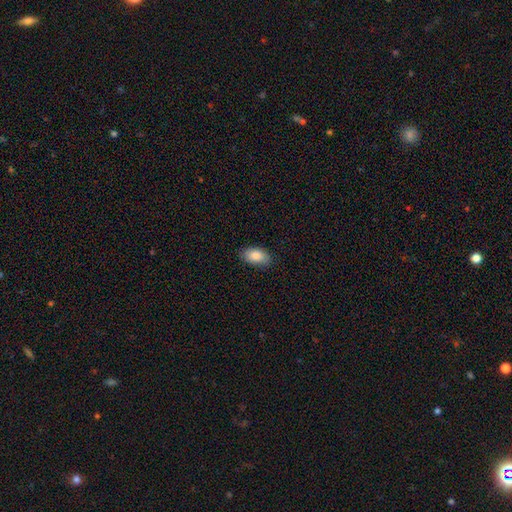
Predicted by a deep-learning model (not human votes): A smooth galaxy with no disk features (87%) that is in between round and cigar-shaped (93%). Merging: none (84%).